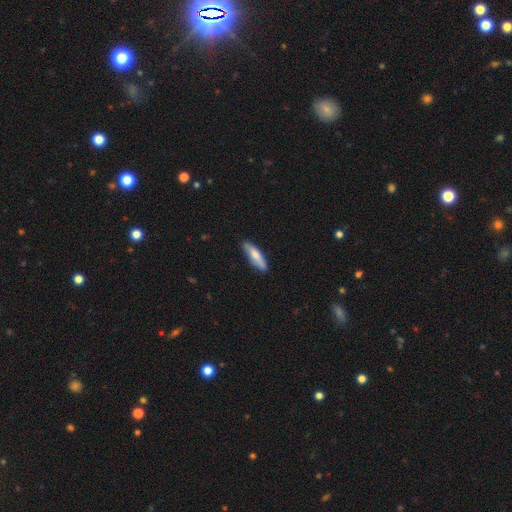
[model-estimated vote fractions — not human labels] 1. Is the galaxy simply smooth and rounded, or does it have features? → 70% smooth, 25% featured or disk, 5% star or artifact.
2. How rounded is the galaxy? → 68% cigar-shaped, 31% in between, 2% round.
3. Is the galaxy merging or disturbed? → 83% none, 14% minor disturbance, 2% major disturbance, 1% merger.